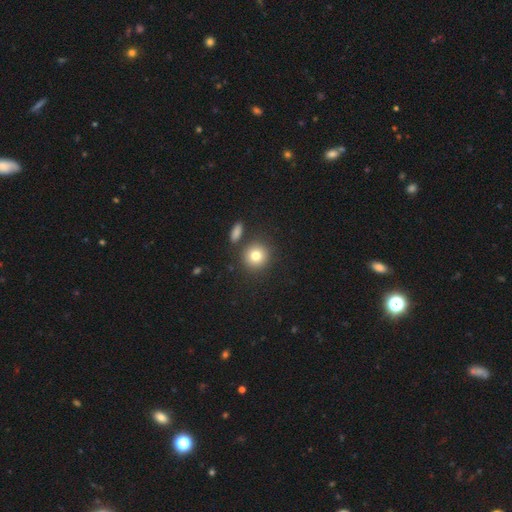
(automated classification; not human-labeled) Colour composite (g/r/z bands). It shows a smooth galaxy with no disk features (80%) that is round (90%). Merging: none (81%).